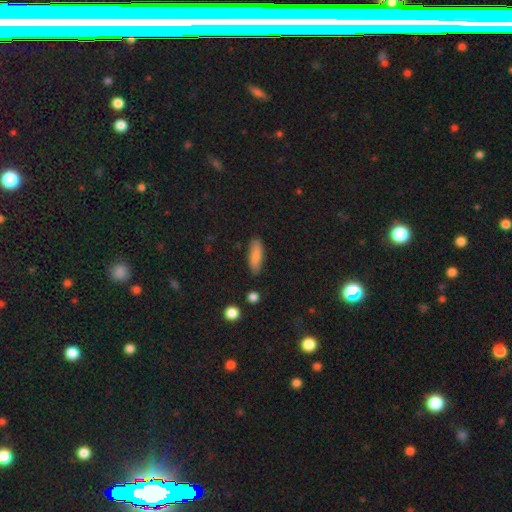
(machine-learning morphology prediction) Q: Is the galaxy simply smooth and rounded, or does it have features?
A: smooth — 83%.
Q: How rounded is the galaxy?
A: in between — 59%.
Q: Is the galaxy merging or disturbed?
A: none — 82%.